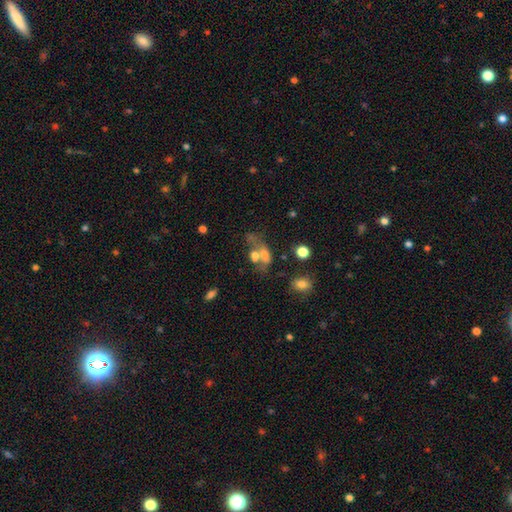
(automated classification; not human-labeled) smooth 55%, featured or disk 29%, star or artifact 15%. Down the decision tree: how rounded — in between (71%); merging — merger (55%).